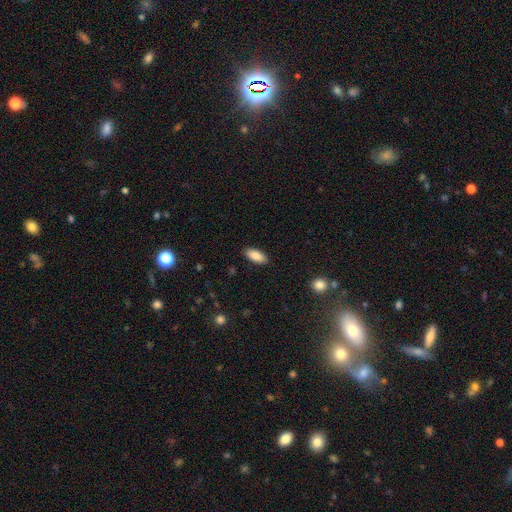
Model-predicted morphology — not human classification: This is clearly a smooth galaxy (88%). How rounded: clearly in between (88%). Merging: clearly none (89%).